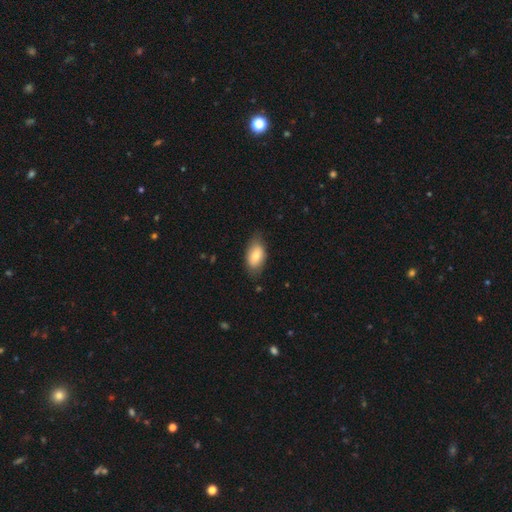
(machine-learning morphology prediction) A smooth galaxy with no disk features (76%) that is in between round and cigar-shaped (92%).

Vote fractions:
- Smooth or featured? smooth: 76% / featured or disk: 17% / star or artifact: 7%
- How rounded? in between: 92% / round: 7% / cigar-shaped: 2%
- Merging? none: 74% / minor disturbance: 21% / major disturbance: 4% / merger: 1%